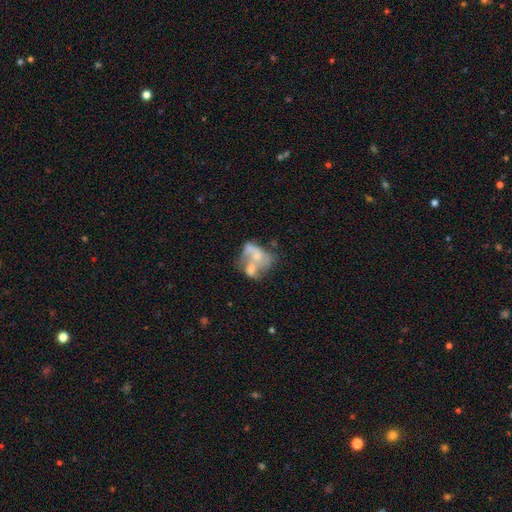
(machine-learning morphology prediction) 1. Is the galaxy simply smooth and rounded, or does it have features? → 57% featured or disk, 32% smooth, 10% star or artifact.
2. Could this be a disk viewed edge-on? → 98% no, 2% yes.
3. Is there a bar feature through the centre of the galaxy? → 83% no, 14% weak, 3% strong.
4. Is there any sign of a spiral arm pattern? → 67% no, 33% yes.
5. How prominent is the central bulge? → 33% small, 31% moderate, 30% none, 4% large, 2% dominant.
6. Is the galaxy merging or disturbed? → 56% merger, 19% major disturbance, 15% none, 9% minor disturbance.